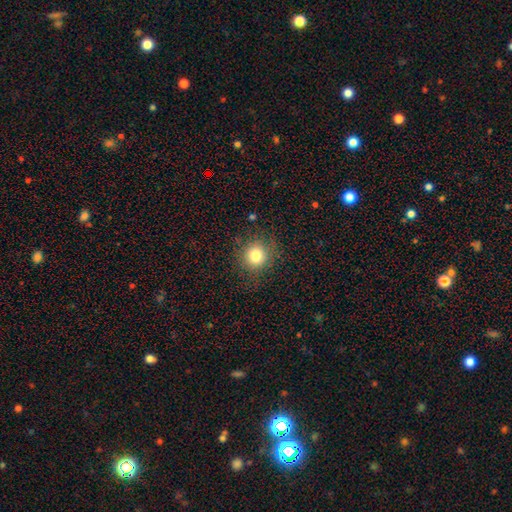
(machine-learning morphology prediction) This is likely a smooth galaxy (79%). How rounded: clearly round (86%). Merging: clearly none (83%).